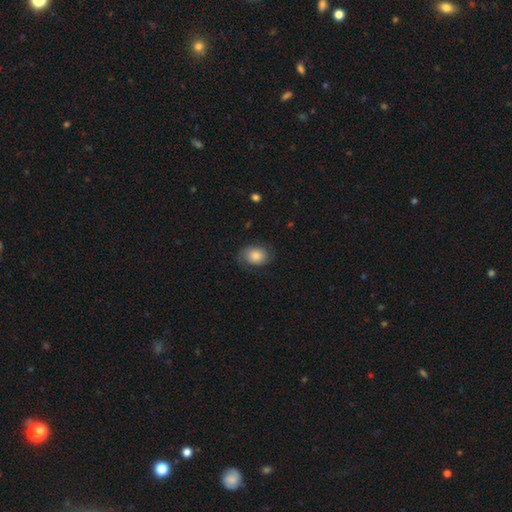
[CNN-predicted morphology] Overall: smooth (60%; featured or disk 32%). How rounded: in between (64%; round 35%). Merging: none (71%).